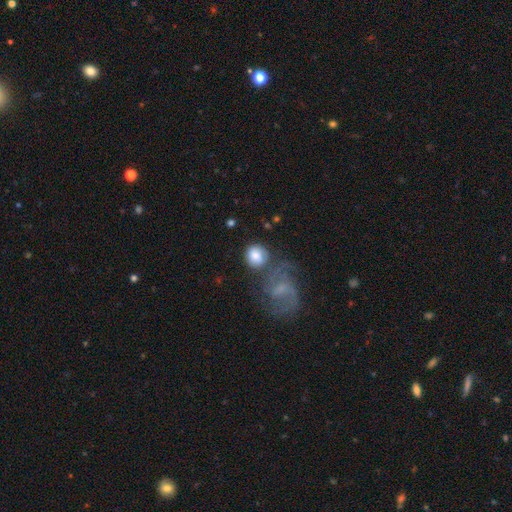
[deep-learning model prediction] Smooth or featured? smooth (75%)
How rounded? round (78%)
Merging? none (48%)